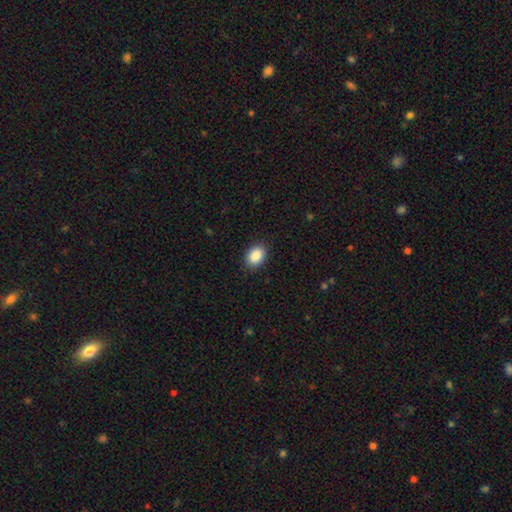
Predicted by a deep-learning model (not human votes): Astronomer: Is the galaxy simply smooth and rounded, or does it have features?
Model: smooth — 90%.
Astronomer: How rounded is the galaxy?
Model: in between — 82%.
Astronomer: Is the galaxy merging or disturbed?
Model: none — 88%.